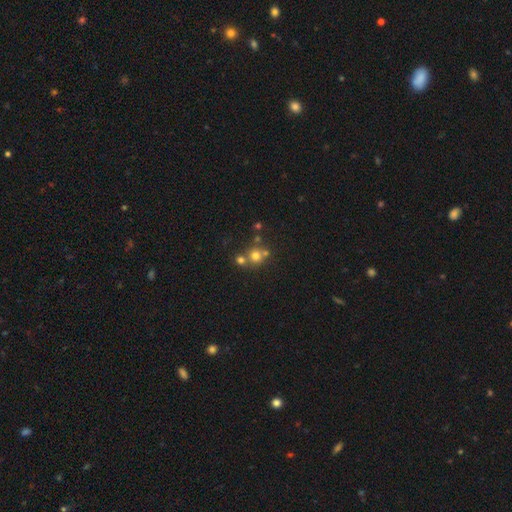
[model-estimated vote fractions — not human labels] Smooth or featured?
  - smooth: 68% *
  - star or artifact: 19%
  - featured or disk: 14%
How rounded?
  - round: 89% *
  - in between: 10%
  - cigar-shaped: 1%
Merging?
  - none: 55% *
  - merger: 34%
  - minor disturbance: 7%
  - major disturbance: 3%